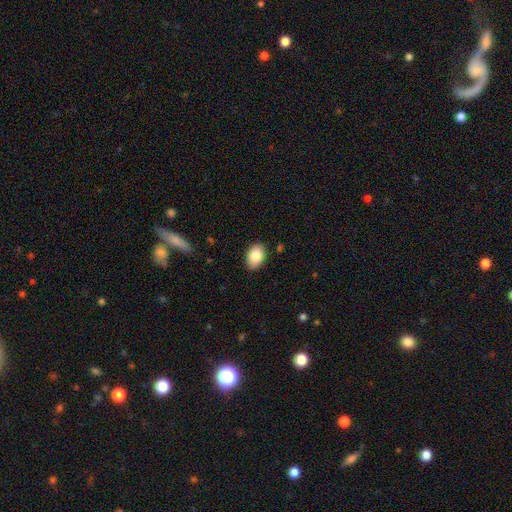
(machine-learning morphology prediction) smooth 86%, star or artifact 7%, featured or disk 7%. Down the decision tree: how rounded — in between (87%); merging — none (87%).